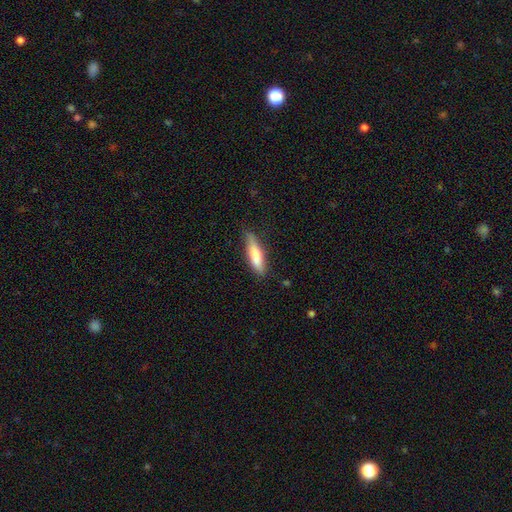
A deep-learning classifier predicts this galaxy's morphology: The model was most divided on "how rounded": cigar-shaped: 71%, in between: 28%, round: 2%. More confident: smooth or featured — smooth (78%); merging — none (71%).